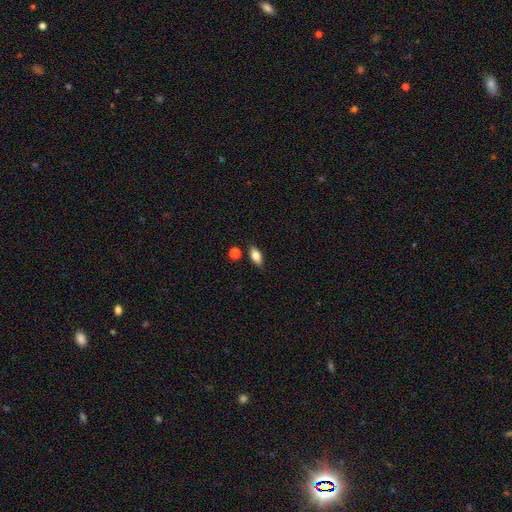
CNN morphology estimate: This appears to be a smooth galaxy with no disk features (75%) that is in between round and cigar-shaped (83%). Merging: none (82%).